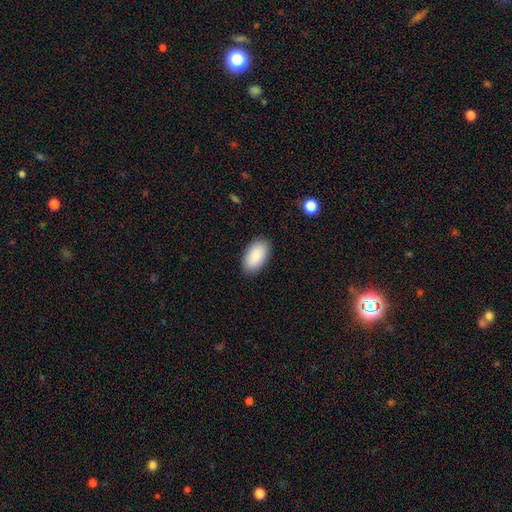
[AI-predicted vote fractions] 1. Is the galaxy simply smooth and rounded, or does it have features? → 90% smooth, 6% star or artifact, 5% featured or disk.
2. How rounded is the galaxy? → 96% in between, 2% round, 2% cigar-shaped.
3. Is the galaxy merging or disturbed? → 88% none, 9% minor disturbance, 2% major disturbance, 1% merger.